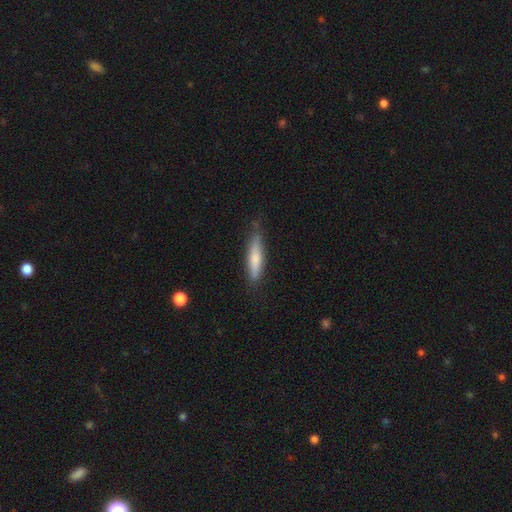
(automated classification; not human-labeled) The model was most divided on "smooth or featured": smooth: 67%, featured or disk: 27%, star or artifact: 6%. More confident: how rounded — cigar-shaped (82%); merging — none (78%).